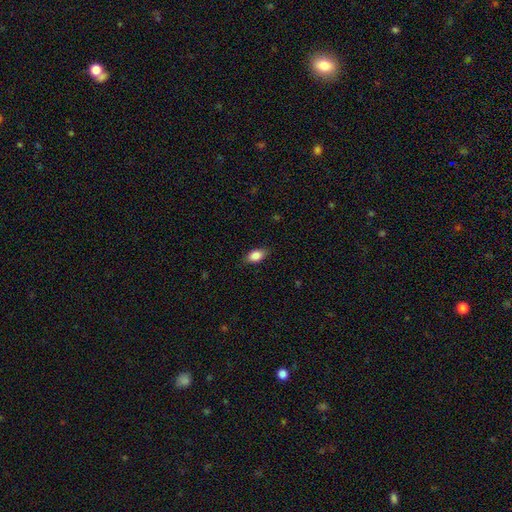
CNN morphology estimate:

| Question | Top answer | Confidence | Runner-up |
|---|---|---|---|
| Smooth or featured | smooth | 85% | star or artifact (8%) |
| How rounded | in between | 87% | round (9%) |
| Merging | none | 83% | minor disturbance (13%) |